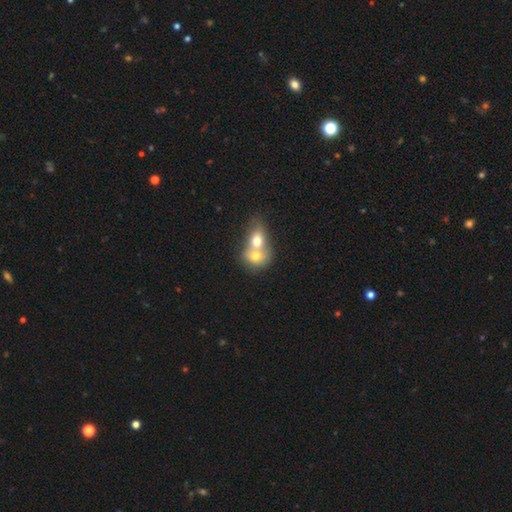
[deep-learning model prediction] Smooth or featured: smooth — 68% (featured or disk — 23%)
How rounded: round — 50% (in between — 49%)
Merging: merger — 78% (none — 14%)